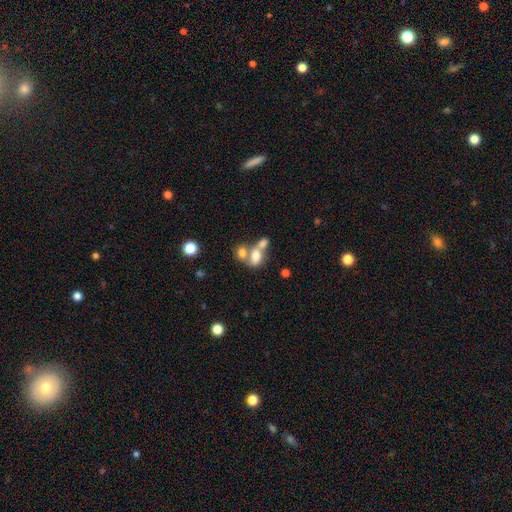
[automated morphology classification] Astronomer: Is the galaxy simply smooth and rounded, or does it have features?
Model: smooth — 68%.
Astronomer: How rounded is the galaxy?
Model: in between — 70%.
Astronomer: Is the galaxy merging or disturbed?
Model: merger — 64%.